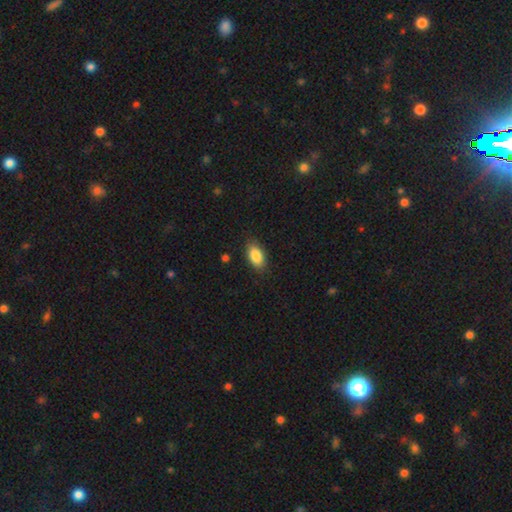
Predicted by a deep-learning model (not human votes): Smooth or featured? smooth (87%)
How rounded? in between (91%)
Merging? none (85%)